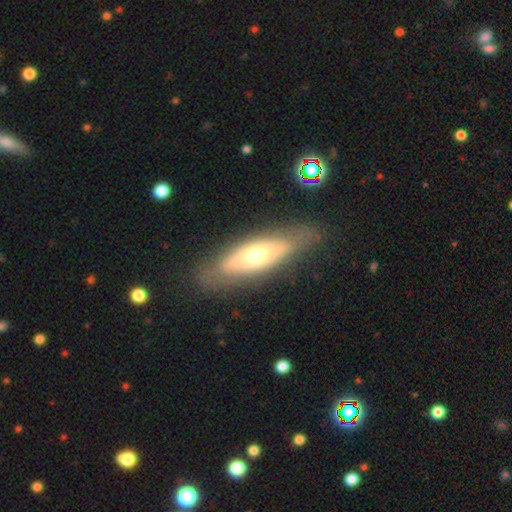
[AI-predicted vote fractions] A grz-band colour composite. It shows a featured or disk galaxy (49%). Merging: none (76%).